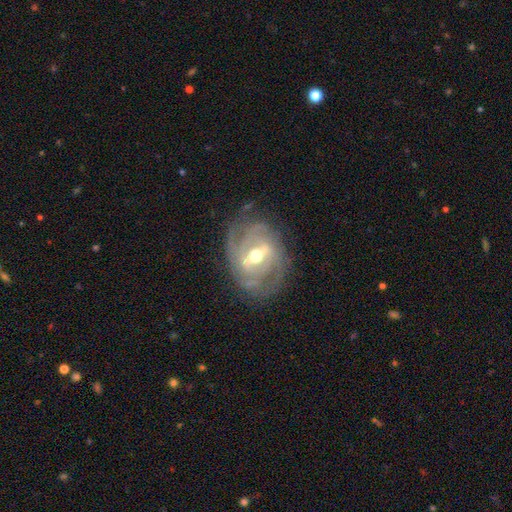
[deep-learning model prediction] Morphology: type=featured or disk (88%); edge-on=no (95%); bar=strong (51%); spiral arms=yes (94%); winding=tight (61%); arm count=can't tell (26%, tied with 3); bulge=moderate (70%); merging=none (75%).